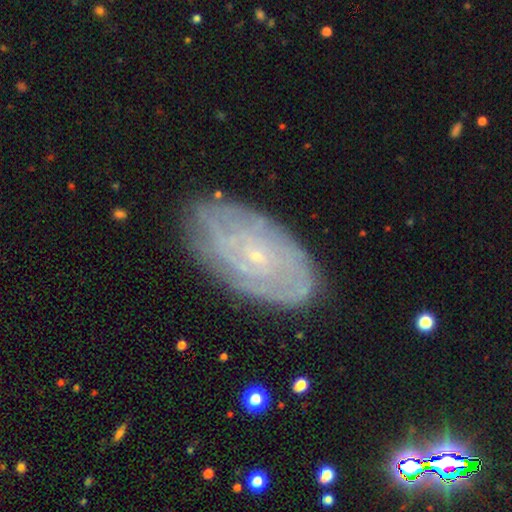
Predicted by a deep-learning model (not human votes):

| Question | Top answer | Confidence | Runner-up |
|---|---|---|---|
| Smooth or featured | featured or disk | 71% | smooth (20%) |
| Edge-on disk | no | 93% | yes (7%) |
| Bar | no | 77% | weak (19%) |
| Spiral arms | yes | 85% | no (15%) |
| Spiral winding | tight | 75% | medium (19%) |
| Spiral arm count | can't tell | 56% | 2 (13%) |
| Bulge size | small | 88% | moderate (7%) |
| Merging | none | 80% | minor disturbance (15%) |